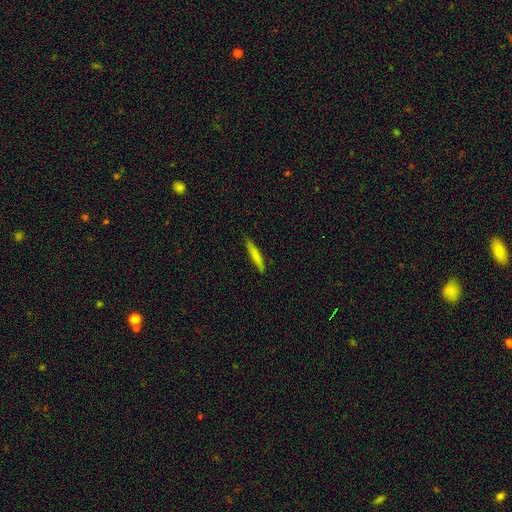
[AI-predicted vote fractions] Smooth or featured? smooth (75%)
How rounded? cigar-shaped (94%)
Merging? none (87%)